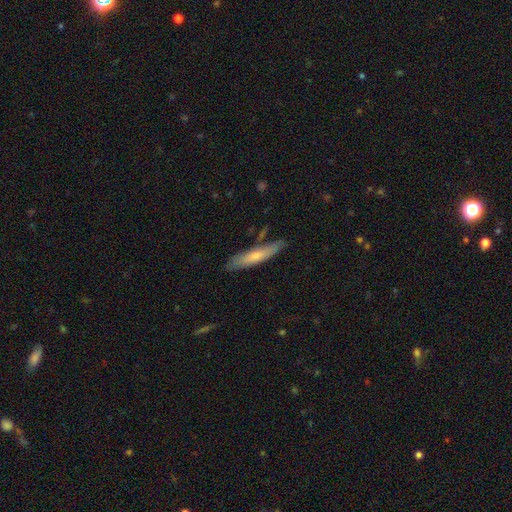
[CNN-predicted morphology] smooth 61%, featured or disk 34%, star or artifact 6%. Down the decision tree: how rounded — cigar-shaped (86%); merging — none (79%).